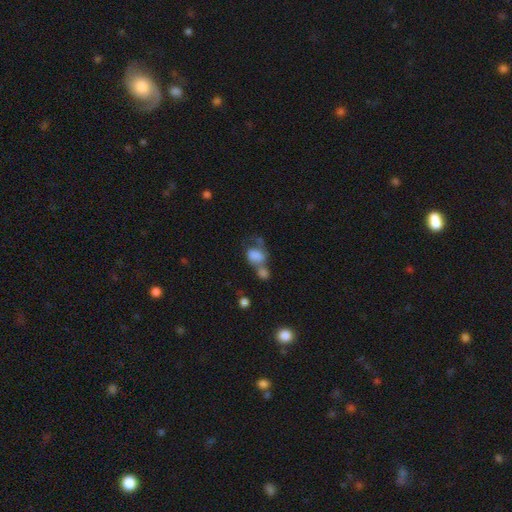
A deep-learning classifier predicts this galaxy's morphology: smooth 71%, featured or disk 18%, star or artifact 11%. Down the decision tree: how rounded — in between (64%); merging — merger (56%).